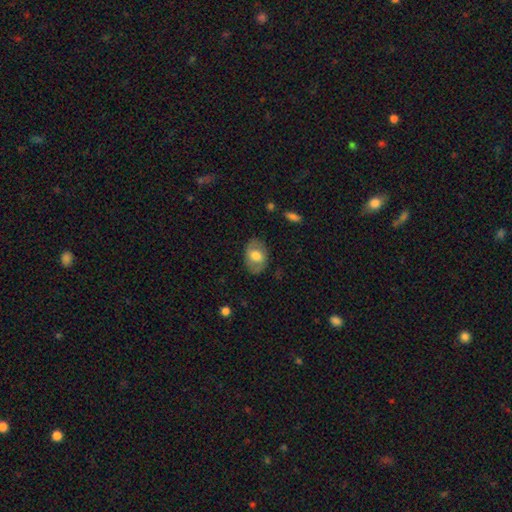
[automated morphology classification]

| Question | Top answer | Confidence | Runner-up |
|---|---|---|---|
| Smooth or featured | smooth | 61% | featured or disk (33%) |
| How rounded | in between | 81% | round (18%) |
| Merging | none | 80% | minor disturbance (15%) |